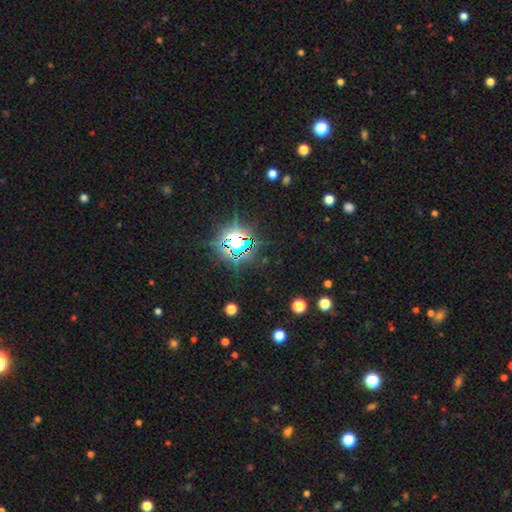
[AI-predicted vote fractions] Overall: star or artifact (81%).